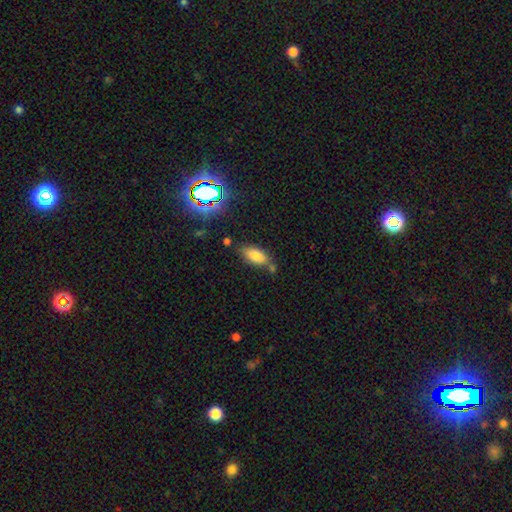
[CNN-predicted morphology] Overall: smooth (79%). How rounded: in between (86%). Merging: none (66%).